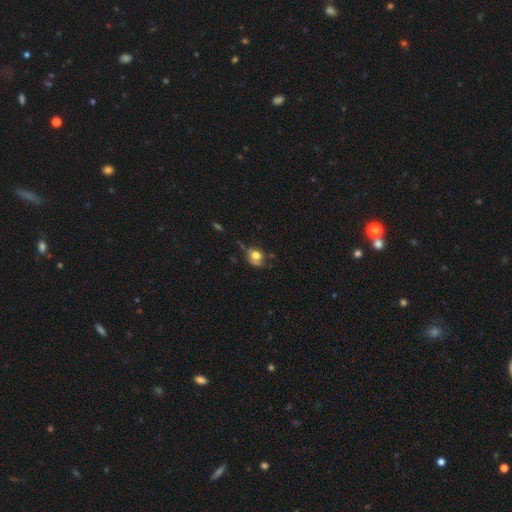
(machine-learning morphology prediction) A smooth galaxy with no disk features (59%) that is round (55%).

Vote fractions:
- Smooth or featured? smooth: 59% / featured or disk: 29% / star or artifact: 13%
- How rounded? round: 55% / in between: 43% / cigar-shaped: 2%
- Merging? none: 38% / minor disturbance: 28% / major disturbance: 26% / merger: 9%